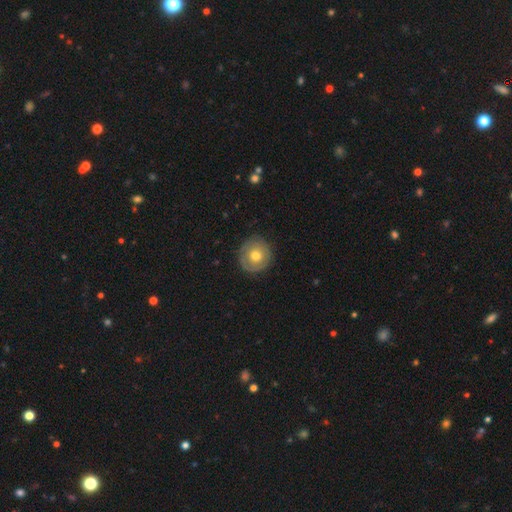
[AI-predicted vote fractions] Smooth or featured? smooth (59%)
How rounded? round (92%)
Merging? none (83%)